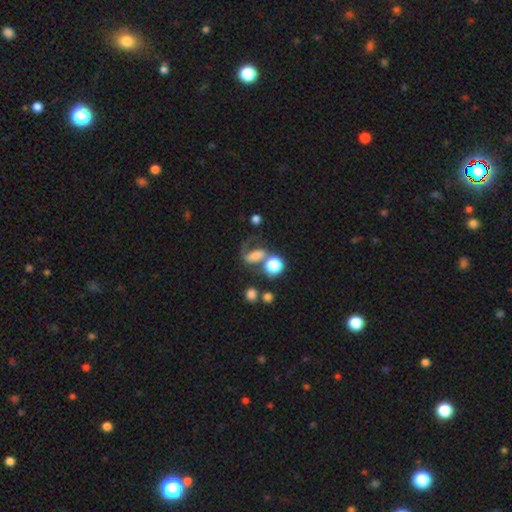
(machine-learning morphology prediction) This is marginally a smooth galaxy (42%). Merging: marginally none (39%).